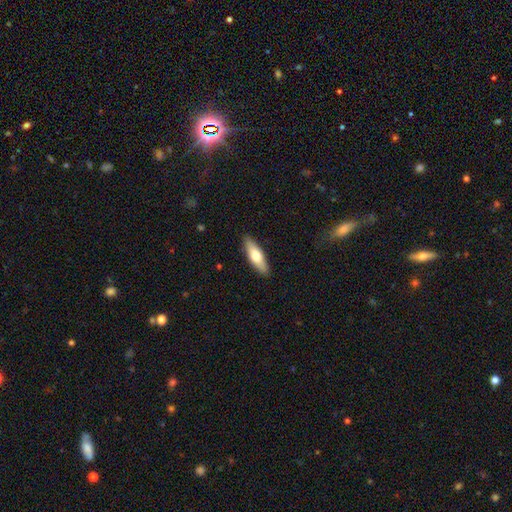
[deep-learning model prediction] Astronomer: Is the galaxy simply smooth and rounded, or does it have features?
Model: smooth — 62%.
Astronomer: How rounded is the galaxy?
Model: cigar-shaped — 53% (runner-up: in between, 45%).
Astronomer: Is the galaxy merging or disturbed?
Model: none — 89%.